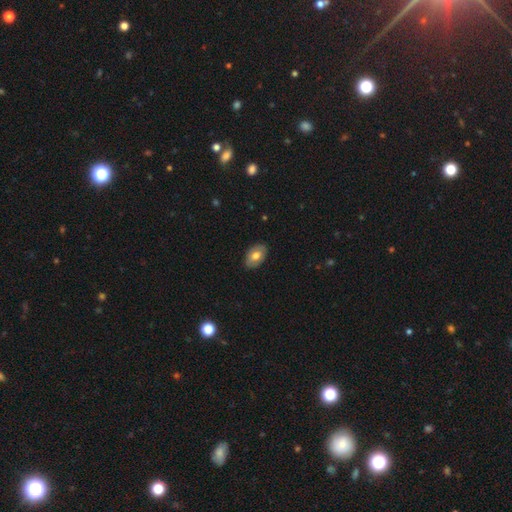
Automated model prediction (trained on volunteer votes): This appears to be a smooth galaxy with no disk features (71%) that is in between round and cigar-shaped (90%). Merging: none (87%).